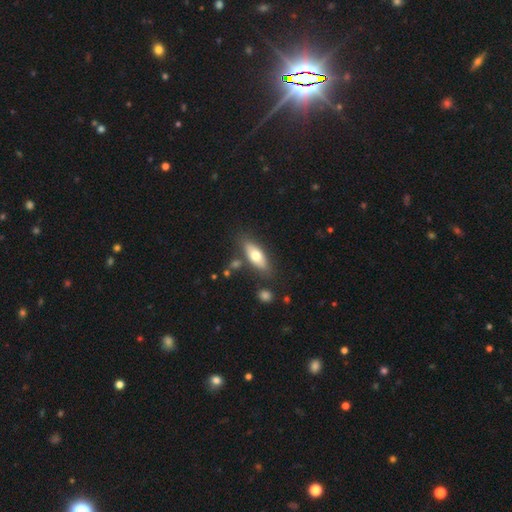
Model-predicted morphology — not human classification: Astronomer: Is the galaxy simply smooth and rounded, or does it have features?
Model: smooth — 65%.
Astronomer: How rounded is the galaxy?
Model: in between — 73%.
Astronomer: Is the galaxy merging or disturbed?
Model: none — 77%.